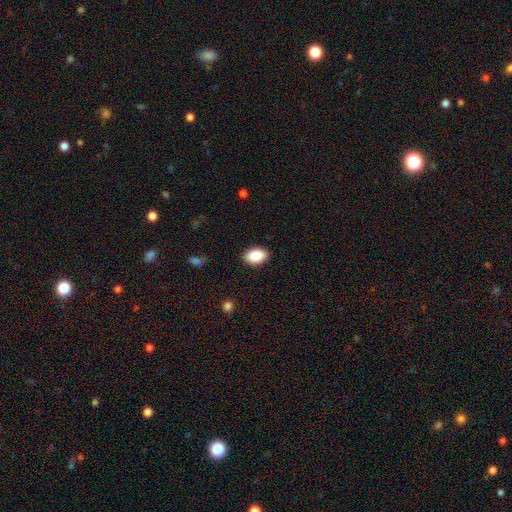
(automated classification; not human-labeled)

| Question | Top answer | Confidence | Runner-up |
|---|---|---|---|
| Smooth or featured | smooth | 88% | star or artifact (7%) |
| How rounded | in between | 90% | round (8%) |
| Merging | none | 88% | minor disturbance (9%) |